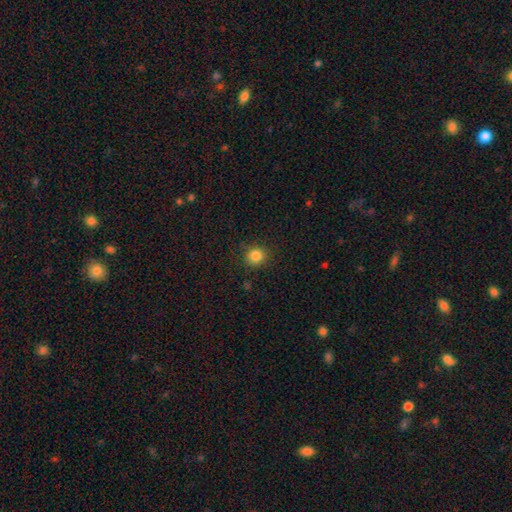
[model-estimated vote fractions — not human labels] Q: Smooth or featured?
A: smooth (84%); runner-up: star or artifact (11%)
Q: How rounded?
A: round (89%); runner-up: in between (10%)
Q: Merging?
A: none (88%); runner-up: minor disturbance (8%)